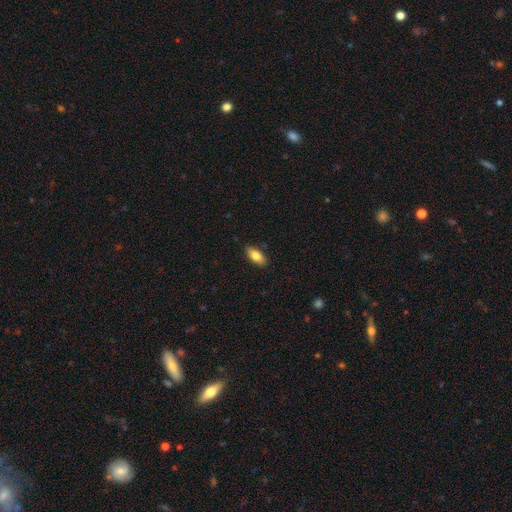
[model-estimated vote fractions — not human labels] This is clearly a smooth galaxy (81%). How rounded: clearly in between (89%). Merging: clearly none (88%).